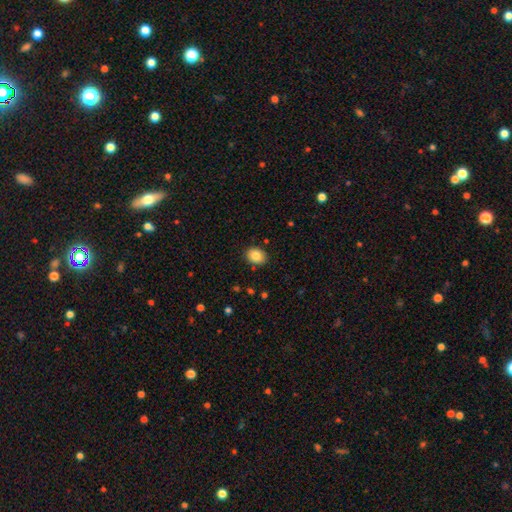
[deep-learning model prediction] Smooth or featured: smooth — 85% (star or artifact — 8%)
How rounded: in between — 56% (round — 43%)
Merging: none — 87% (minor disturbance — 9%)